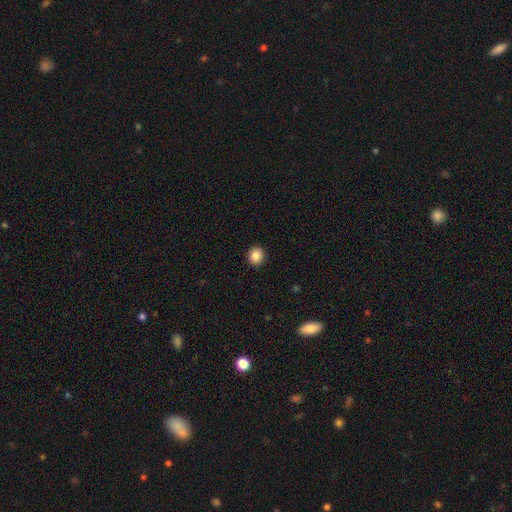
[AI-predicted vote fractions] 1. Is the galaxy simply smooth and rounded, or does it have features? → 87% smooth, 9% star or artifact, 4% featured or disk.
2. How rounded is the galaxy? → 81% round, 18% in between, 1% cigar-shaped.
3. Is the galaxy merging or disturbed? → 92% none, 5% minor disturbance, 2% major disturbance, 1% merger.